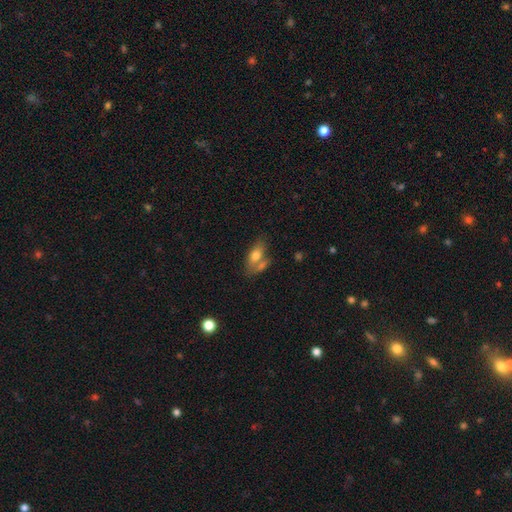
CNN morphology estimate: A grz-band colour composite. It shows a smooth galaxy with no disk features (71%) that is in between round and cigar-shaped (82%). Merging: none (46%).